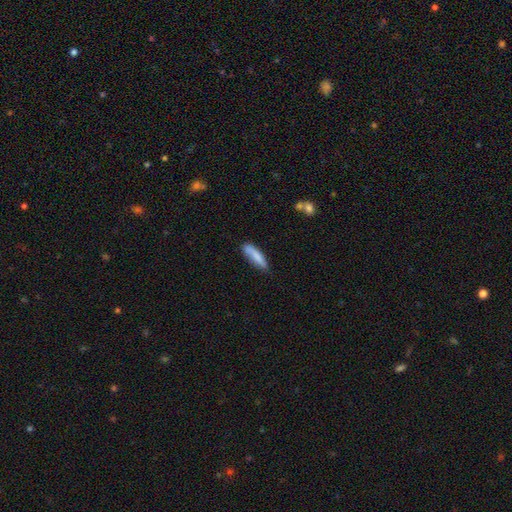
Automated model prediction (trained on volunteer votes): Overall: smooth (81%). How rounded: cigar-shaped (69%; in between 30%). Merging: none (70%).